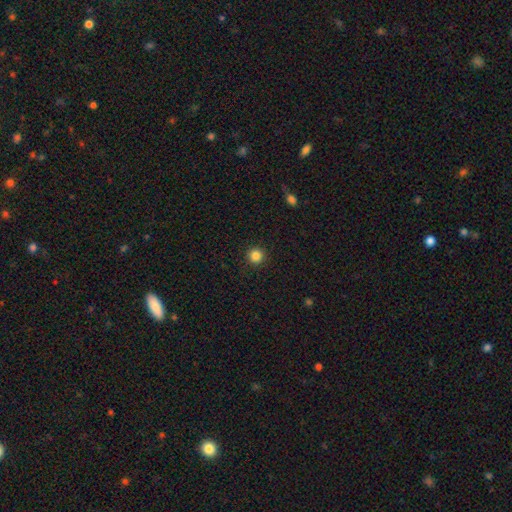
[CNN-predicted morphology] Smooth or featured: smooth — 85% (star or artifact — 11%)
How rounded: round — 96% (in between — 3%)
Merging: none — 92% (minor disturbance — 5%)